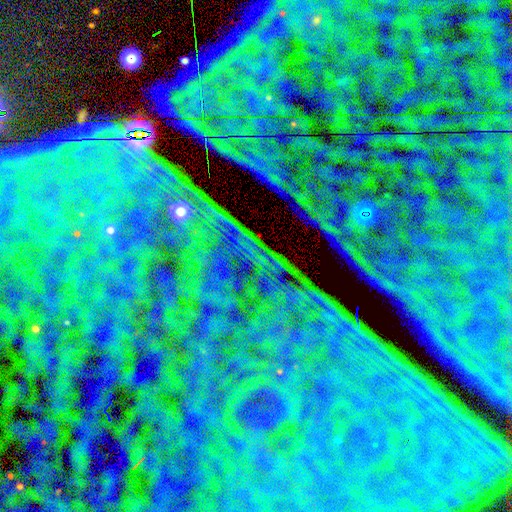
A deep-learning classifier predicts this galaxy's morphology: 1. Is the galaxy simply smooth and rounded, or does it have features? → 86% star or artifact, 7% featured or disk, 7% smooth.